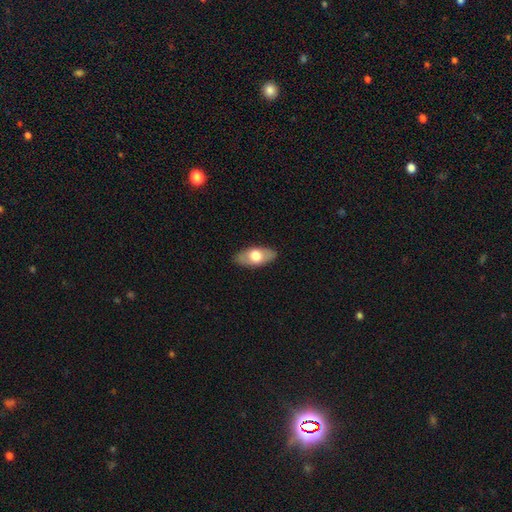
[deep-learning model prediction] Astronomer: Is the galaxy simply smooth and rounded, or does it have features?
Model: smooth — 62%.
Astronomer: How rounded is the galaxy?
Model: in between — 89%.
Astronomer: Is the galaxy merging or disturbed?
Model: none — 86%.